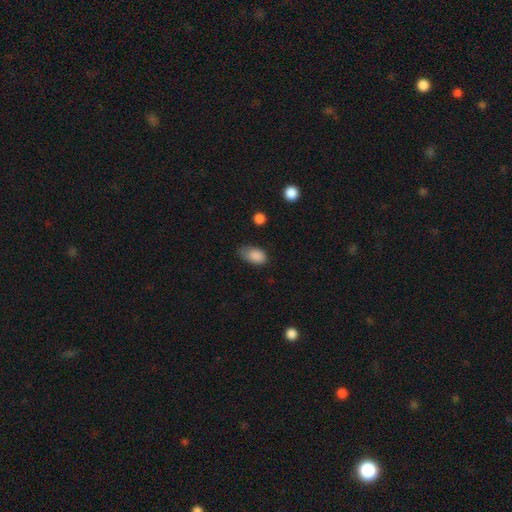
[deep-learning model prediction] A smooth galaxy with no disk features (86%) that is in between round and cigar-shaped (90%).

Vote fractions:
- Smooth or featured? smooth: 86% / star or artifact: 8% / featured or disk: 5%
- How rounded? in between: 90% / round: 9% / cigar-shaped: 2%
- Merging? none: 49% / minor disturbance: 39% / major disturbance: 10% / merger: 2%